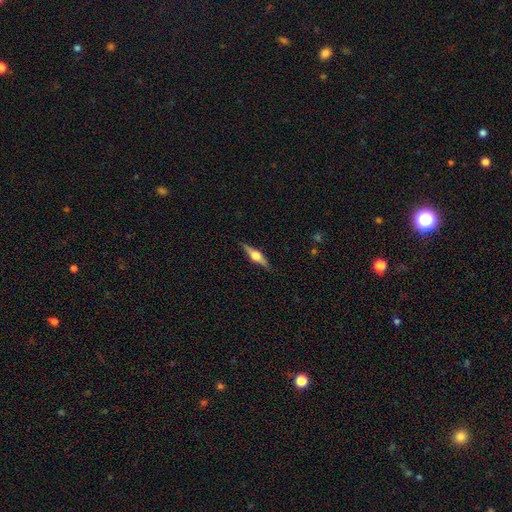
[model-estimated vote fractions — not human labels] Smooth or featured?
  - featured or disk: 76% *
  - smooth: 19%
  - star or artifact: 6%
Edge-on disk?
  - yes: 98% *
  - no: 2%
Edge-on bulge?
  - rounded: 94% *
  - boxy: 5%
  - none: 1%
Merging?
  - none: 89% *
  - minor disturbance: 8%
  - major disturbance: 2%
  - merger: 1%